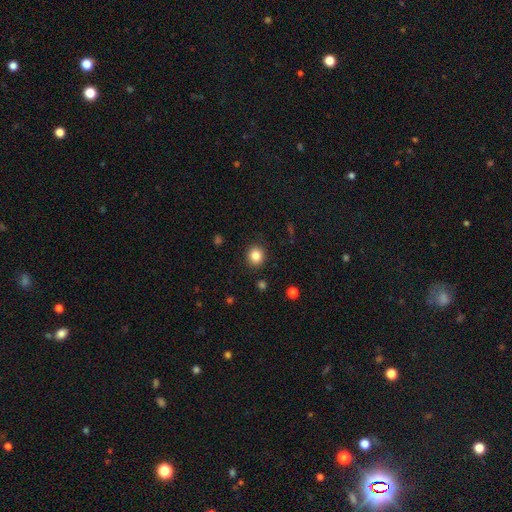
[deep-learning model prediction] A smooth galaxy with no disk features (84%) that is round (83%). Merging: none (90%).